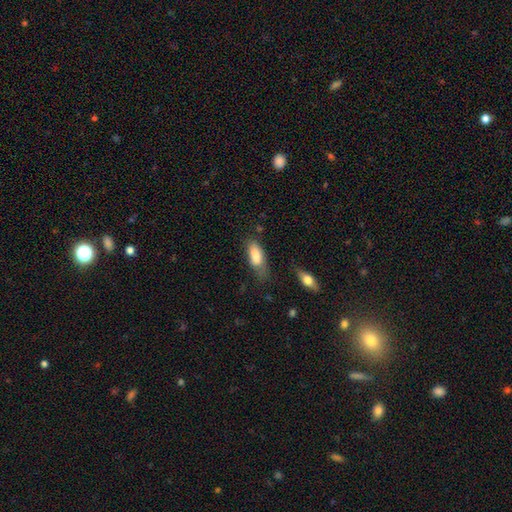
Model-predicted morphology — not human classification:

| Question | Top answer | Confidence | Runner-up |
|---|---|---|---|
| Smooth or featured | smooth | 81% | featured or disk (12%) |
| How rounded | in between | 80% | cigar-shaped (18%) |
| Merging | none | 48% | minor disturbance (33%) |